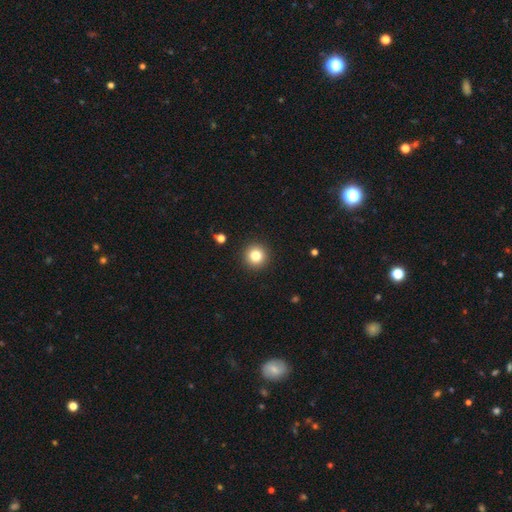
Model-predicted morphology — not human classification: This is clearly a smooth galaxy (81%). How rounded: clearly round (95%). Merging: clearly none (92%).